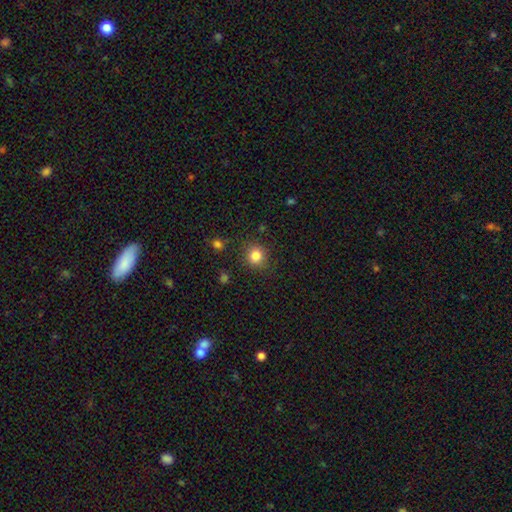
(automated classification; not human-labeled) This appears to be a smooth galaxy with no disk features (83%) that is round (87%). Merging: none (85%).